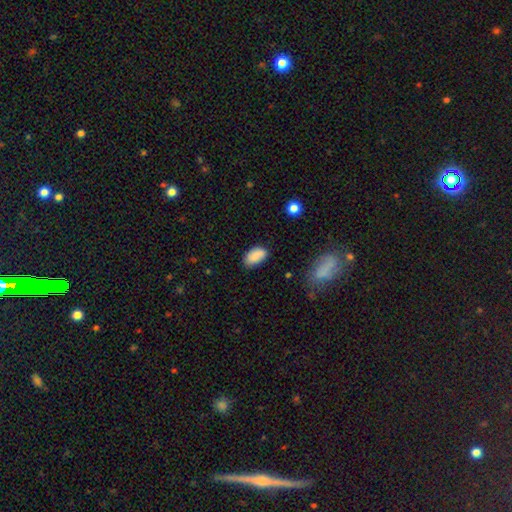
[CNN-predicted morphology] smooth_or_featured: smooth (p=0.87) [alt: star or artifact p=0.08]
how_rounded: in between (p=0.93) [alt: round p=0.05]
merging: none (p=0.77) [alt: minor disturbance p=0.18]